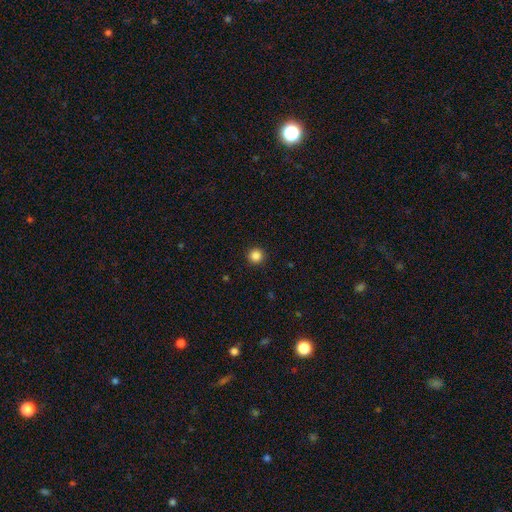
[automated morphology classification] Overall: smooth (86%). How rounded: round (96%). Merging: none (93%).